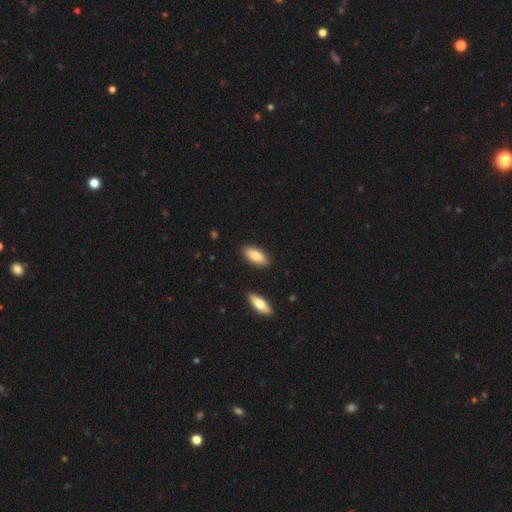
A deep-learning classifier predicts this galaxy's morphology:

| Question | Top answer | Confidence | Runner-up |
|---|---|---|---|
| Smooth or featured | smooth | 82% | featured or disk (12%) |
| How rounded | in between | 83% | cigar-shaped (15%) |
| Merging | none | 87% | minor disturbance (9%) |